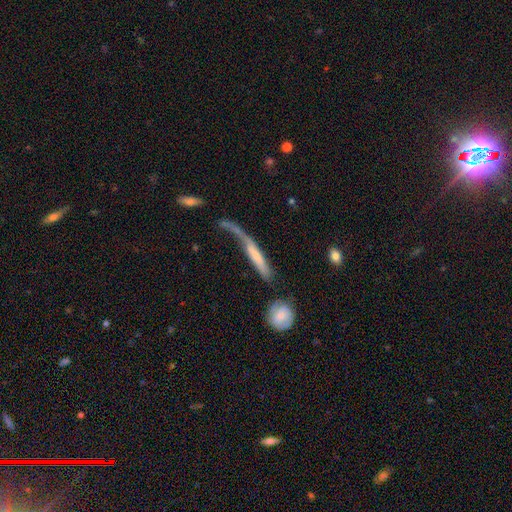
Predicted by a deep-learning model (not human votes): Q: Smooth or featured?
A: smooth (47%); runner-up: featured or disk (46%)
Q: Merging?
A: major disturbance (41%); runner-up: none (25%)